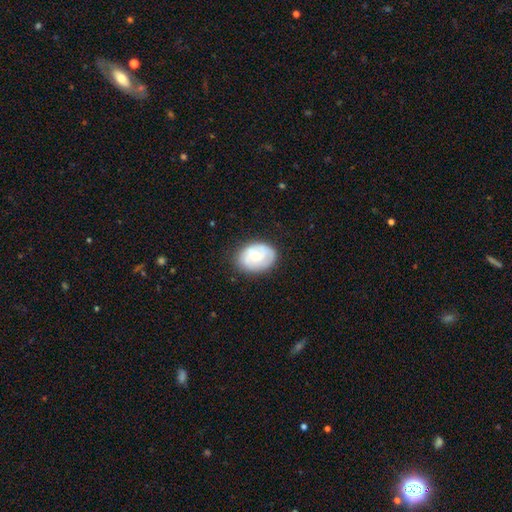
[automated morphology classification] A featured or disk galaxy (48%). Merging: none (75%).